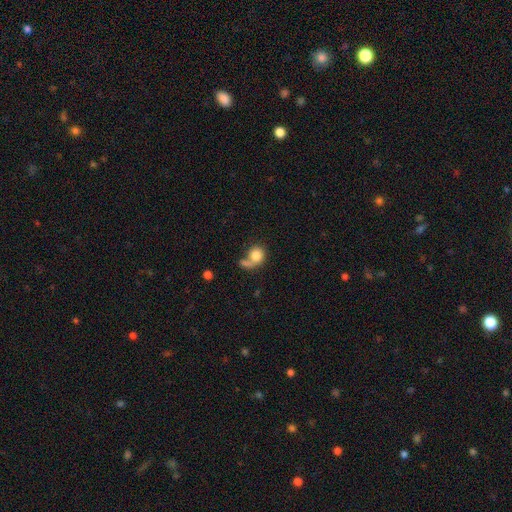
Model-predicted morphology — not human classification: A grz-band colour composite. It shows a smooth galaxy with no disk features (76%) that is round (70%). Merging: merger (34%).